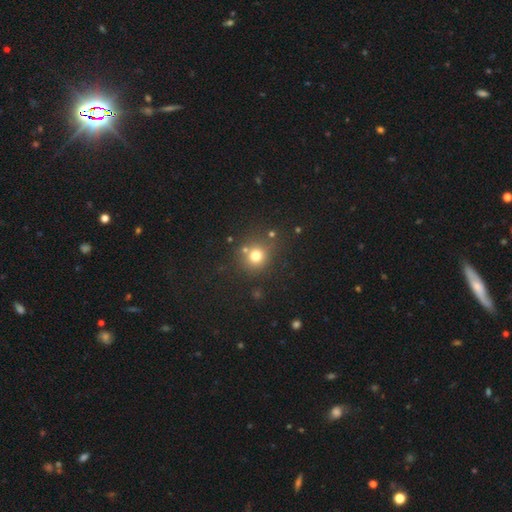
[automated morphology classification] Smooth or featured: smooth — 75% (star or artifact — 17%)
How rounded: round — 90% (in between — 9%)
Merging: none — 75% (merger — 11%)